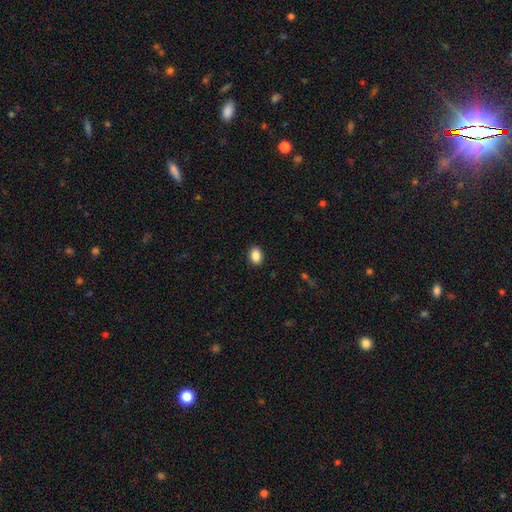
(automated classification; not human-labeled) smooth-or-featured: smooth: 88% | star or artifact: 9% | featured or disk: 4%
  how-rounded: in between: 78% | round: 21% | cigar-shaped: 1%
  merging: none: 90% | minor disturbance: 7% | major disturbance: 2% | merger: 1%